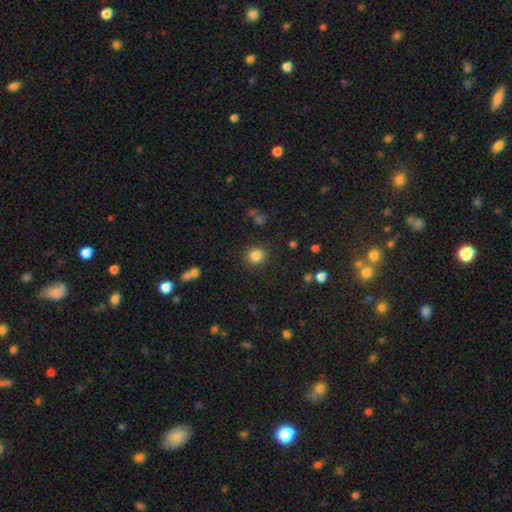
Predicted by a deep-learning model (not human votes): Overall: smooth (84%). How rounded: round (83%). Merging: none (87%).